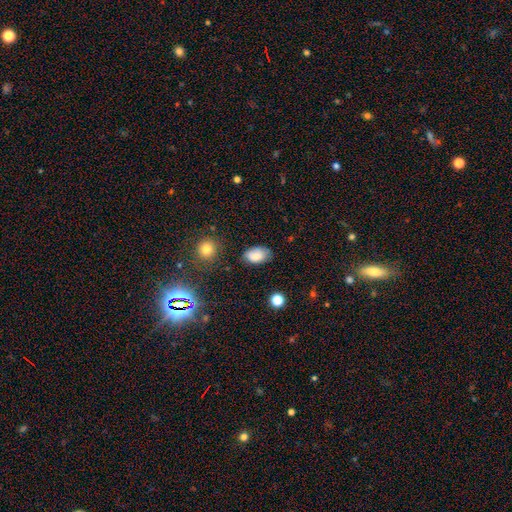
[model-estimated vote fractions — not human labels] smooth 80%, featured or disk 10%, star or artifact 10%. Down the decision tree: how rounded — in between (90%); merging — none (74%).